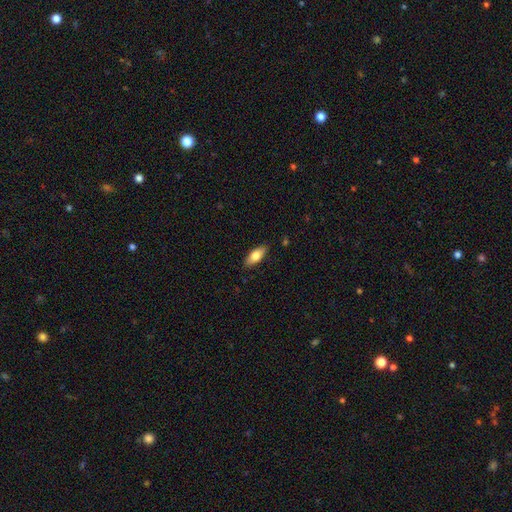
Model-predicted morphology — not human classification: smooth-or-featured: smooth: 71% | featured or disk: 22% | star or artifact: 6%
  how-rounded: in between: 78% | cigar-shaped: 20% | round: 3%
  merging: none: 86% | minor disturbance: 11% | major disturbance: 2% | merger: 1%